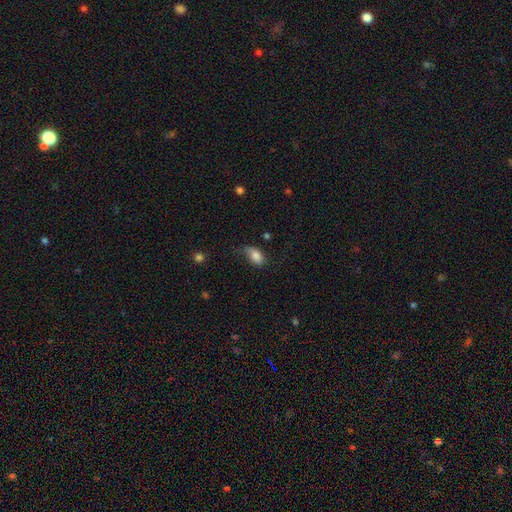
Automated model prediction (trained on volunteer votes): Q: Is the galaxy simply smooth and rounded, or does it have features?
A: smooth — 80%.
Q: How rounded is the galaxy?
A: in between — 89%.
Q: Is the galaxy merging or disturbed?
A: none — 40%.